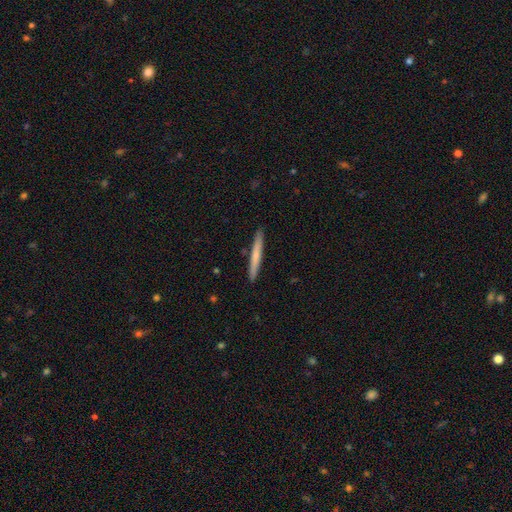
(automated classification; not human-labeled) smooth_or_featured: smooth (p=0.63) [alt: featured or disk p=0.32]
how_rounded: cigar-shaped (p=0.97) [alt: in between p=0.02]
merging: none (p=0.91) [alt: minor disturbance p=0.06]